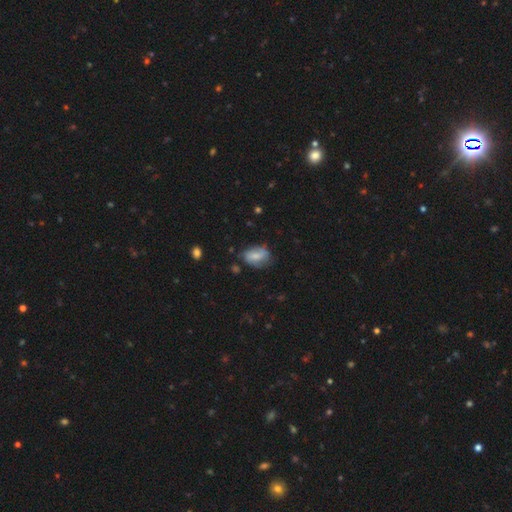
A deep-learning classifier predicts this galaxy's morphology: This appears to be a smooth galaxy with no disk features (63%) that is in between round and cigar-shaped (83%). Merging: none (55%).